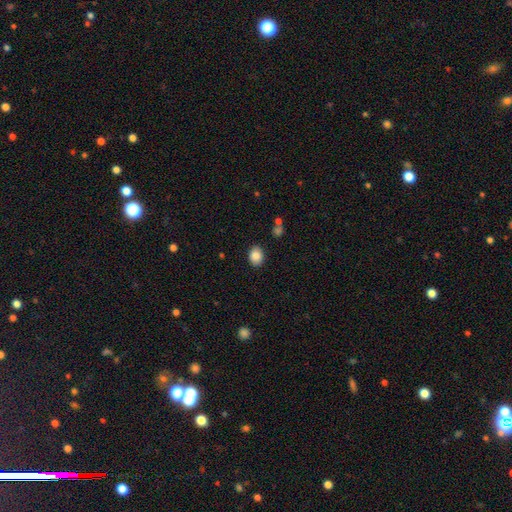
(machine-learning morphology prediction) This is clearly a smooth galaxy (87%). How rounded: possibly in between (60%). Merging: clearly none (87%).